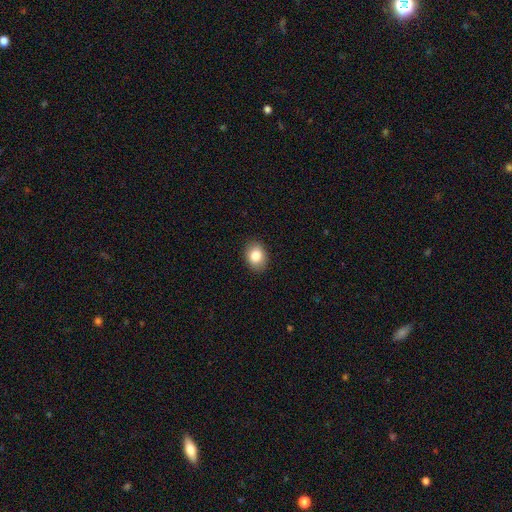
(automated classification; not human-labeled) Smooth or featured? smooth (84%)
How rounded? in between (61%)
Merging? none (88%)